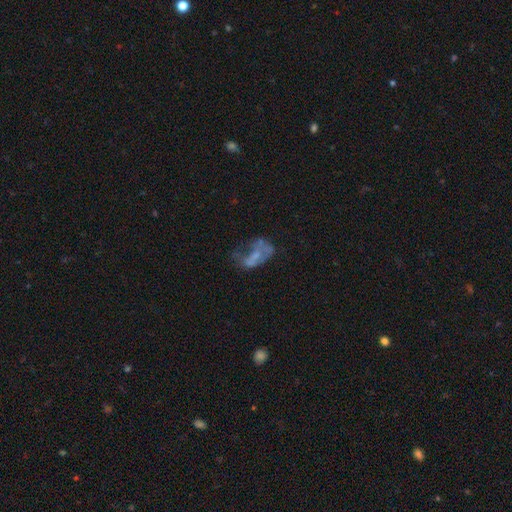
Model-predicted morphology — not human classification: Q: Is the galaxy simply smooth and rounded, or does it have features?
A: featured or disk — 54%.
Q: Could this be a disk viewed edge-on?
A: no — 96%.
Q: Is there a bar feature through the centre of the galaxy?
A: no — 78%.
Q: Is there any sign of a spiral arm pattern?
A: no — 81%.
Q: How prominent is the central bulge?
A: none — 44%.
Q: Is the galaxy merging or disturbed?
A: major disturbance — 39%.